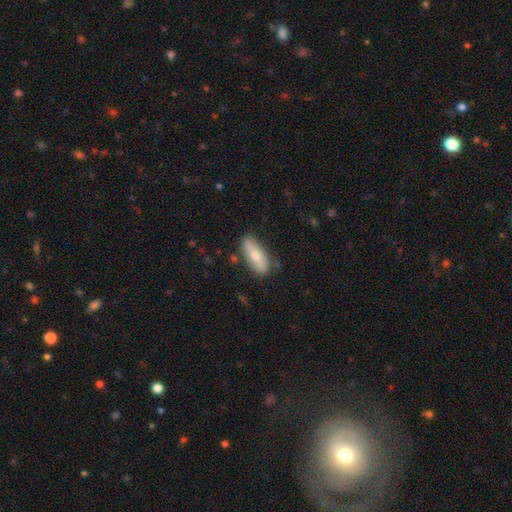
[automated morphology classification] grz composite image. It shows a smooth galaxy with no disk features (69%) that is in between round and cigar-shaped (69%). Merging: none (75%).